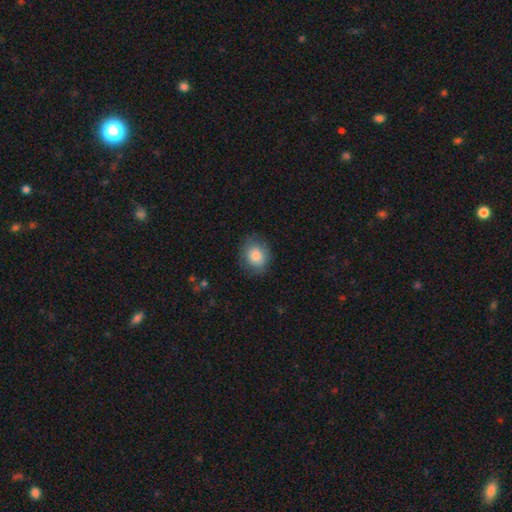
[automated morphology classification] smooth_or_featured: smooth (p=0.85) [alt: featured or disk p=0.08]
how_rounded: round (p=0.55) [alt: in between p=0.44]
merging: none (p=0.80) [alt: minor disturbance p=0.15]